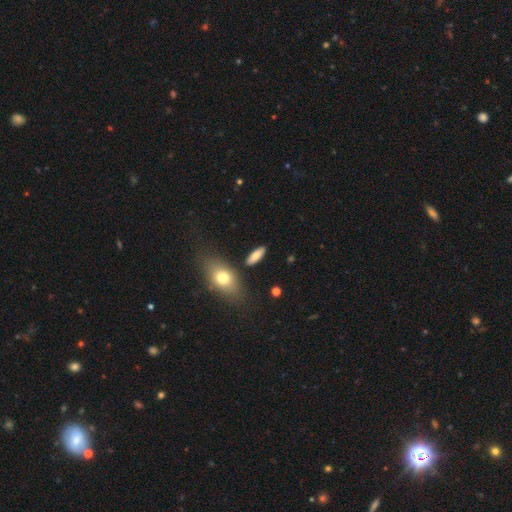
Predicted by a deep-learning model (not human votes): Smooth or featured? Predicted: smooth (p=0.79). How rounded? Predicted: in between (p=0.58). Merging? Predicted: none (p=0.84).